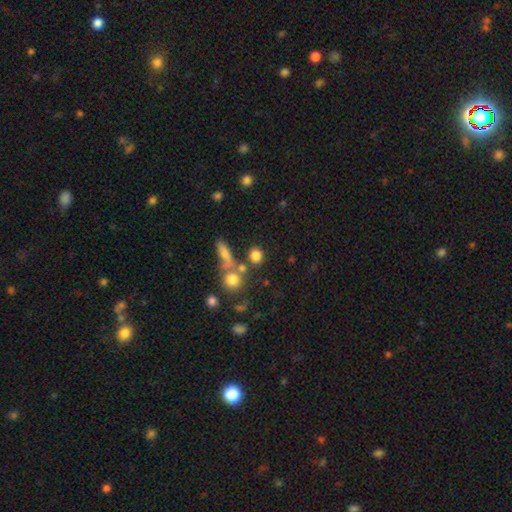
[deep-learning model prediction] Q: Smooth or featured?
A: smooth (79%); runner-up: star or artifact (13%)
Q: How rounded?
A: round (71%); runner-up: in between (24%)
Q: Merging?
A: none (67%); runner-up: merger (19%)